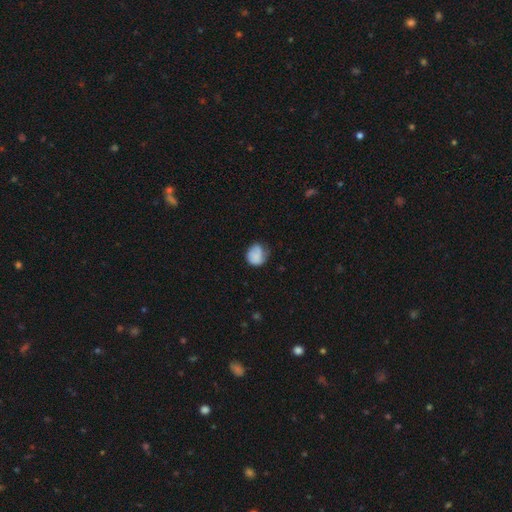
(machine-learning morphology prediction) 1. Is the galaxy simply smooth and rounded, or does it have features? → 75% smooth, 17% featured or disk, 8% star or artifact.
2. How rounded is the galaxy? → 71% round, 28% in between, 1% cigar-shaped.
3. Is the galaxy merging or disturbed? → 53% none, 33% minor disturbance, 12% major disturbance, 2% merger.